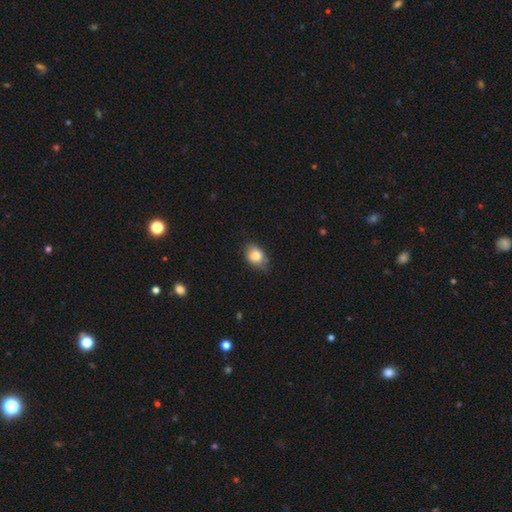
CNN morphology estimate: Smooth or featured? Predicted: smooth (p=0.81). How rounded? Predicted: in between (p=0.71). Merging? Predicted: none (p=0.67).